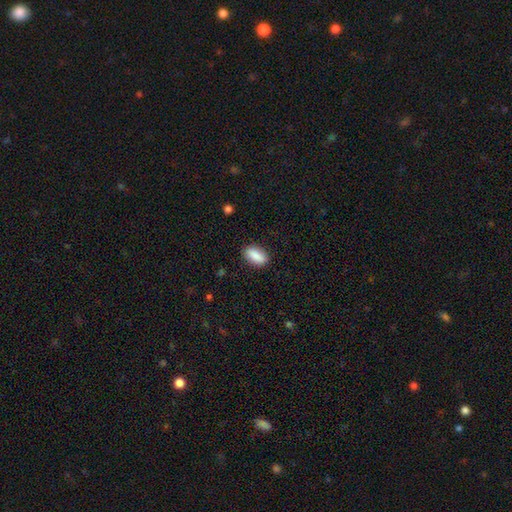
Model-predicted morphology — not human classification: Smooth or featured?
  - smooth: 88% *
  - star or artifact: 7%
  - featured or disk: 6%
How rounded?
  - in between: 89% *
  - cigar-shaped: 7%
  - round: 4%
Merging?
  - none: 87% *
  - minor disturbance: 9%
  - major disturbance: 2%
  - merger: 1%